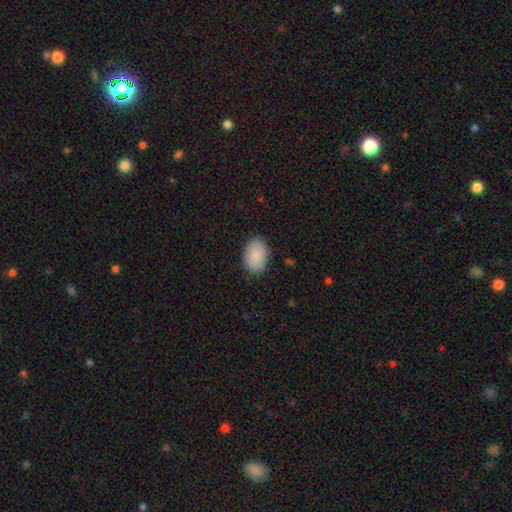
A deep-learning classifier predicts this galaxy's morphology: Smooth or featured?
  - smooth: 89% *
  - star or artifact: 6%
  - featured or disk: 4%
How rounded?
  - in between: 87% *
  - round: 12%
  - cigar-shaped: 1%
Merging?
  - none: 86% *
  - minor disturbance: 11%
  - major disturbance: 2%
  - merger: 1%